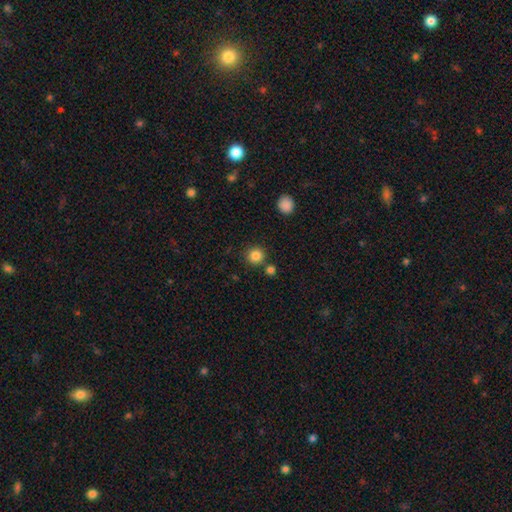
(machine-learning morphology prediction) This appears to be a smooth galaxy with no disk features (84%) that is round (92%). Merging: none (80%).